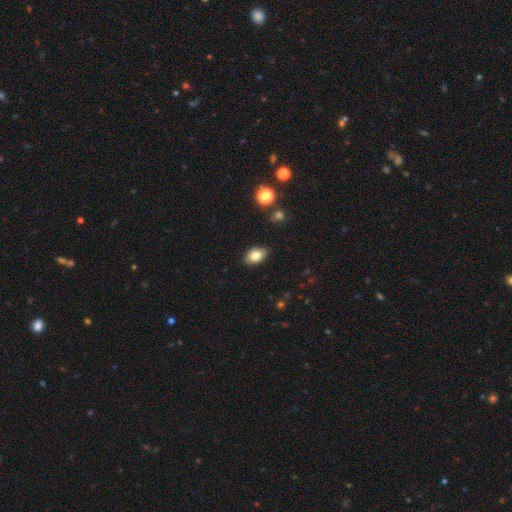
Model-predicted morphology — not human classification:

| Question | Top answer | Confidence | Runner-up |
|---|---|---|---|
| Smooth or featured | smooth | 80% | featured or disk (12%) |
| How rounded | in between | 87% | round (11%) |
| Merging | none | 87% | minor disturbance (10%) |